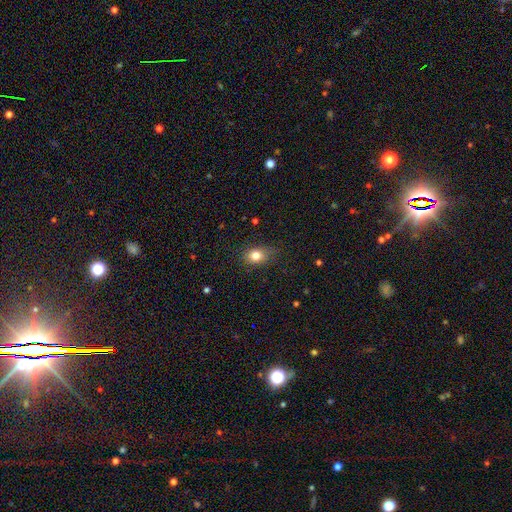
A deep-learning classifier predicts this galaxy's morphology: This appears to be a smooth galaxy with no disk features (80%) that is in between round and cigar-shaped (57%). Merging: none (76%).